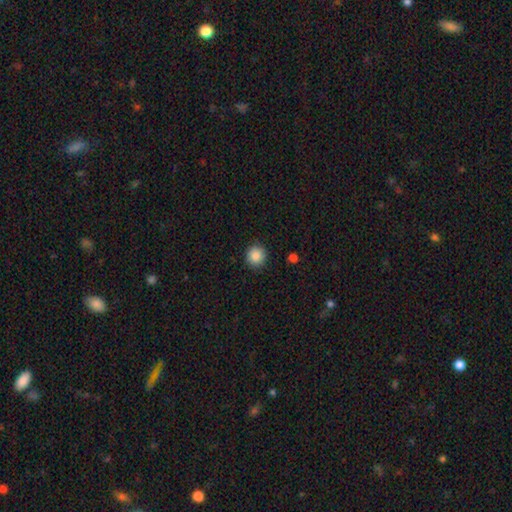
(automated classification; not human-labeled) Smooth or featured? Predicted: smooth (p=0.87). How rounded? Predicted: round (p=0.94). Merging? Predicted: none (p=0.91).